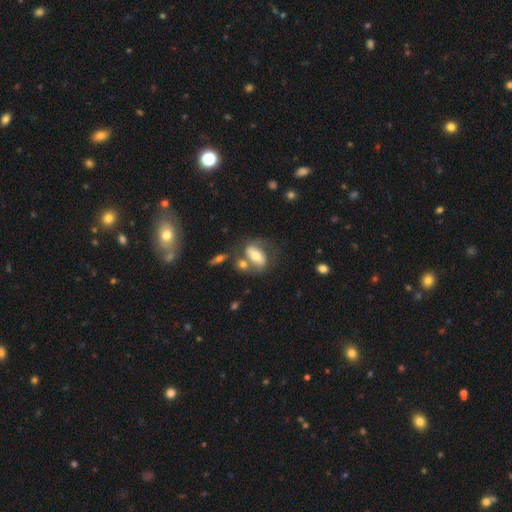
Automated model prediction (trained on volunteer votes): This appears to be a smooth galaxy with no disk features (50%). Merging: none (48%).